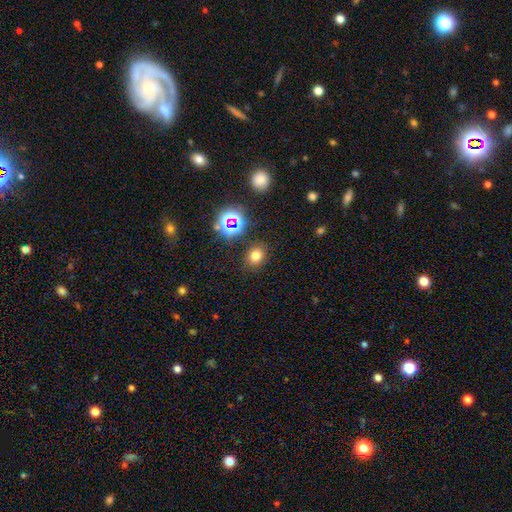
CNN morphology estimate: smooth-or-featured: smooth: 72% | star or artifact: 21% | featured or disk: 8%
  how-rounded: round: 62% | in between: 37% | cigar-shaped: 1%
  merging: none: 85% | minor disturbance: 9% | major disturbance: 3% | merger: 3%